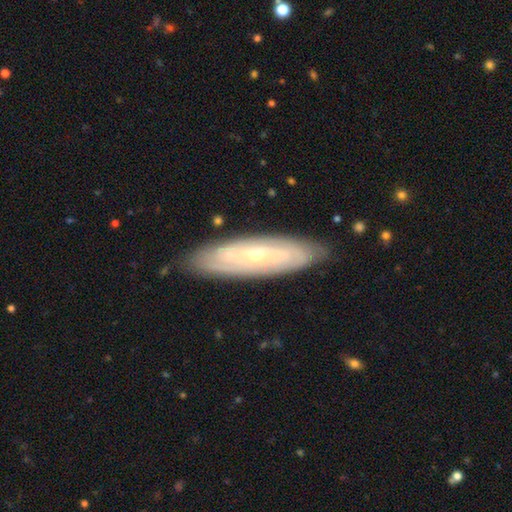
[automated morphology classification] Smooth or featured? Predicted: featured or disk (p=0.72). Edge-on disk? Predicted: no (p=0.75). Bar? Predicted: no (p=0.74). Spiral arms? Predicted: yes (p=0.80). Bulge size? Predicted: small (p=0.74). Merging? Predicted: none (p=0.85).